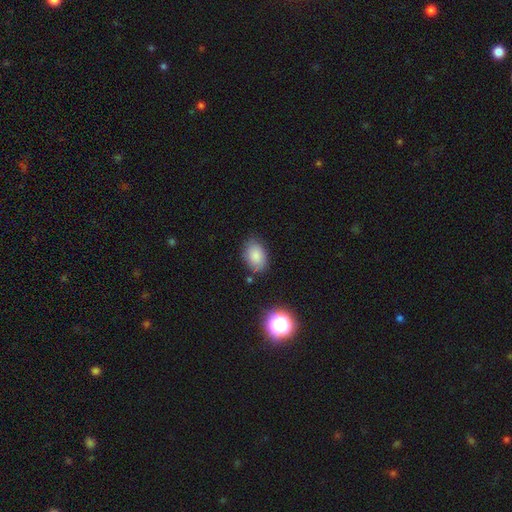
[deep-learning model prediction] Q: Smooth or featured?
A: smooth (84%); runner-up: star or artifact (9%)
Q: How rounded?
A: in between (84%); runner-up: round (15%)
Q: Merging?
A: none (79%); runner-up: minor disturbance (15%)